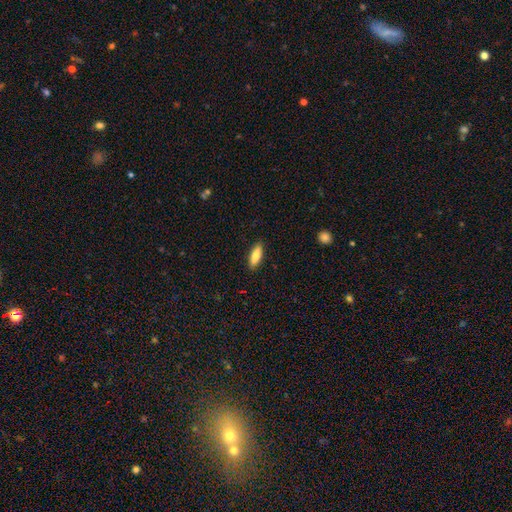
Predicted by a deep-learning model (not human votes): Morphology: type=smooth (79%); roundness=in between (63%); merging=none (89%).